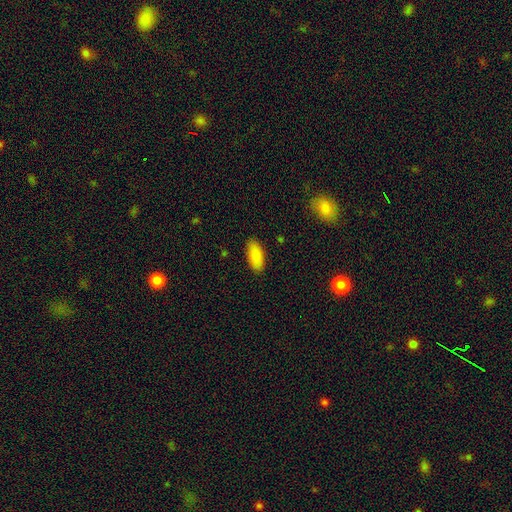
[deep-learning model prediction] Morphology: type=smooth (89%); roundness=in between (89%); merging=none (88%).